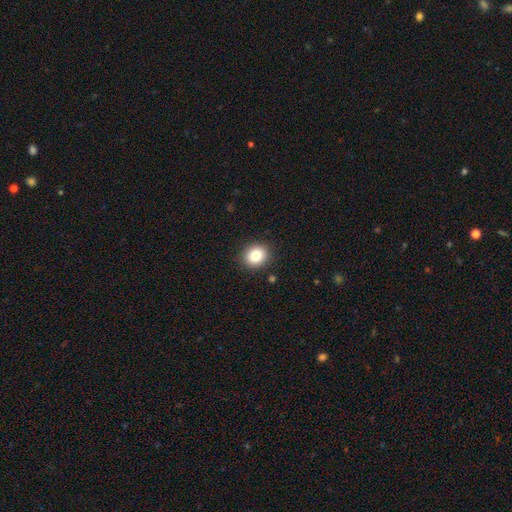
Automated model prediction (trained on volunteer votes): This appears to be a smooth galaxy with no disk features (82%) that is round (73%). Merging: none (90%).